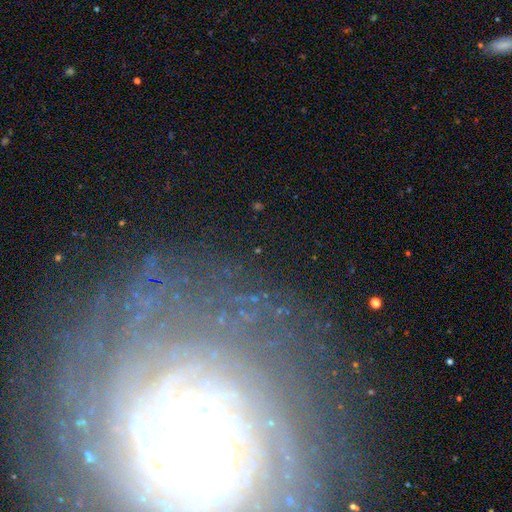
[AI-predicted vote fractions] Overall: featured or disk (72%). Edge-on disk: no (93%). Bar: no (59%; weak 23%). Spiral arms: yes (87%). Spiral arm count: can't tell (37%; more than 4 16%). Spiral winding: tight (80%). Bulge size: small (49%; moderate 26%). Merging: none (74%).